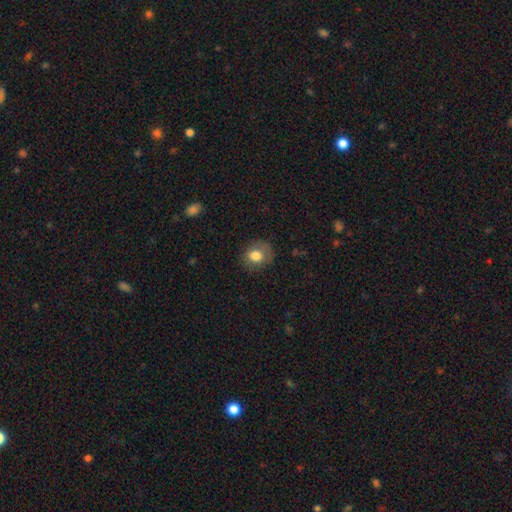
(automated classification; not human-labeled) smooth_or_featured: smooth (p=0.78) [alt: featured or disk p=0.13]
how_rounded: round (p=0.60) [alt: in between p=0.39]
merging: none (p=0.73) [alt: minor disturbance p=0.19]